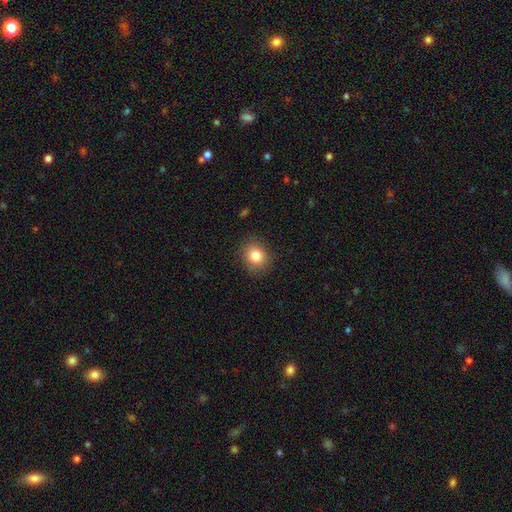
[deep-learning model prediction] smooth 82%, star or artifact 10%, featured or disk 8%. Down the decision tree: how rounded — round (65%); merging — none (87%).